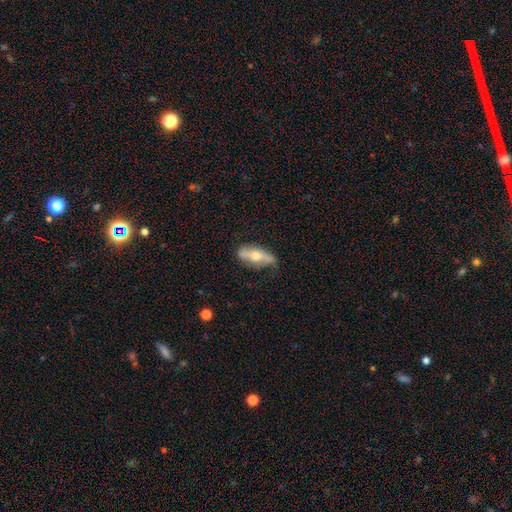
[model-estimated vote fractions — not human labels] Overall: featured or disk (53%; smooth 41%). Edge-on disk: yes (62%; no 38%). Merging: none (69%).